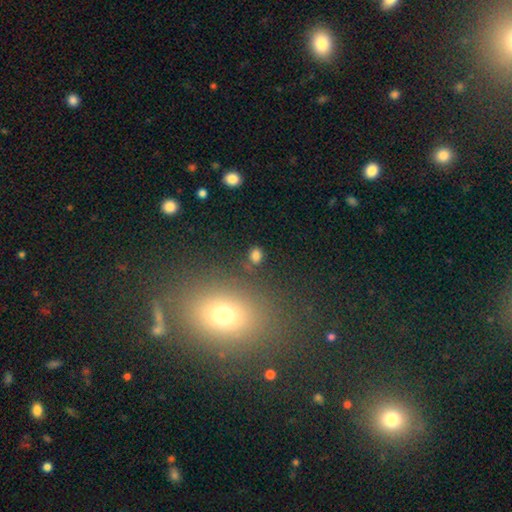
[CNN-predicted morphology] Overall: smooth (76%). How rounded: round (51%; in between 47%). Merging: none (80%).